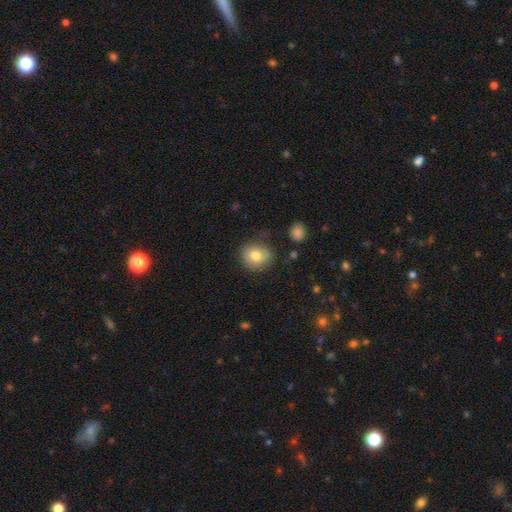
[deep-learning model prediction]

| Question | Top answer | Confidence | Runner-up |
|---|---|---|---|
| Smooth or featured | smooth | 79% | featured or disk (12%) |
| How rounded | round | 73% | in between (26%) |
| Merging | none | 78% | minor disturbance (15%) |